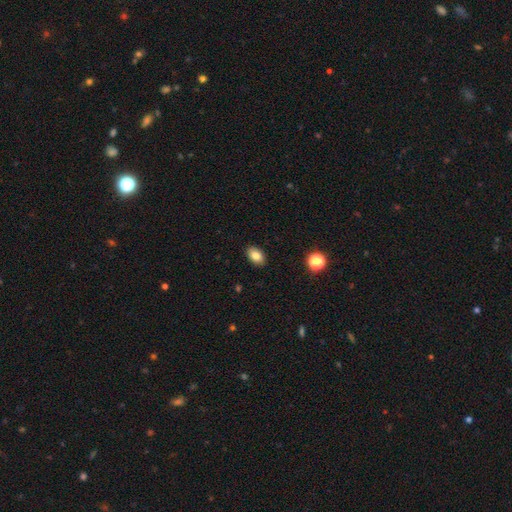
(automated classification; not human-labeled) This appears to be a smooth galaxy with no disk features (83%) that is in between round and cigar-shaped (89%). Merging: none (90%).